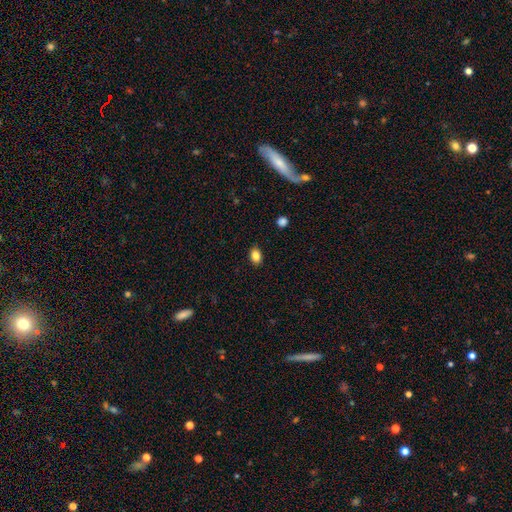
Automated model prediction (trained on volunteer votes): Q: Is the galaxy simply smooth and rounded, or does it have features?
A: smooth — 86%.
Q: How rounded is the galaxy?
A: in between — 76%.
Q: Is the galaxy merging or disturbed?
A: none — 88%.